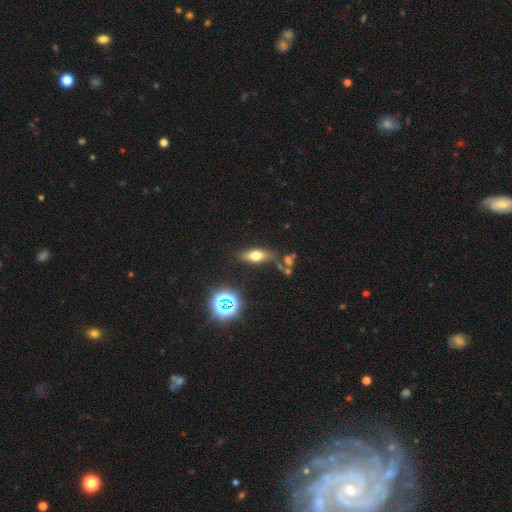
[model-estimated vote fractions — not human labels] Smooth or featured? Predicted: smooth (p=0.55). How rounded? Predicted: in between (p=0.63). Merging? Predicted: none (p=0.72).